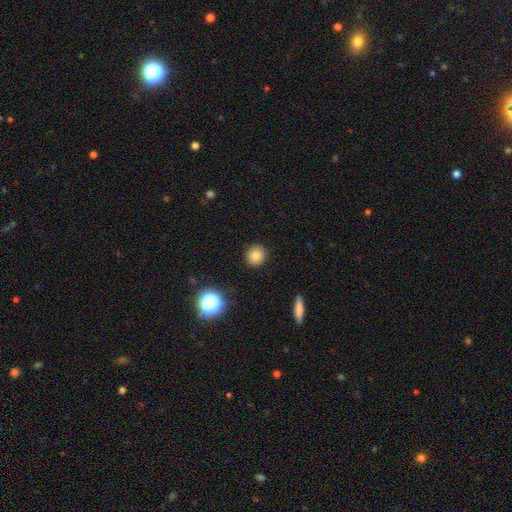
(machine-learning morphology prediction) Q: Smooth or featured?
A: smooth (82%); runner-up: star or artifact (12%)
Q: How rounded?
A: round (90%); runner-up: in between (9%)
Q: Merging?
A: none (91%); runner-up: minor disturbance (6%)